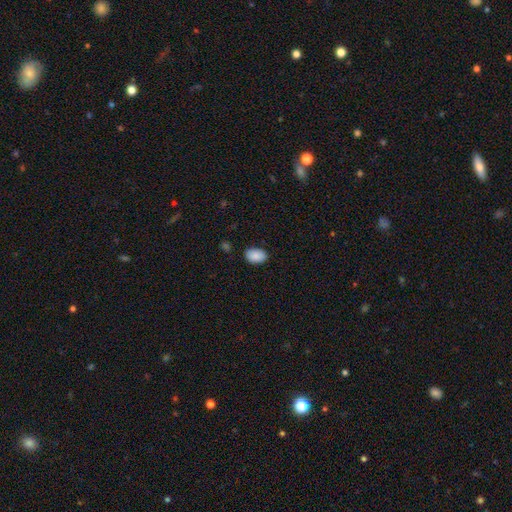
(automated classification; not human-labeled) A smooth galaxy with no disk features (89%) that is in between round and cigar-shaped (91%).

Vote fractions:
- Smooth or featured? smooth: 89% / star or artifact: 7% / featured or disk: 4%
- How rounded? in between: 91% / round: 8% / cigar-shaped: 1%
- Merging? none: 84% / minor disturbance: 12% / major disturbance: 2% / merger: 1%